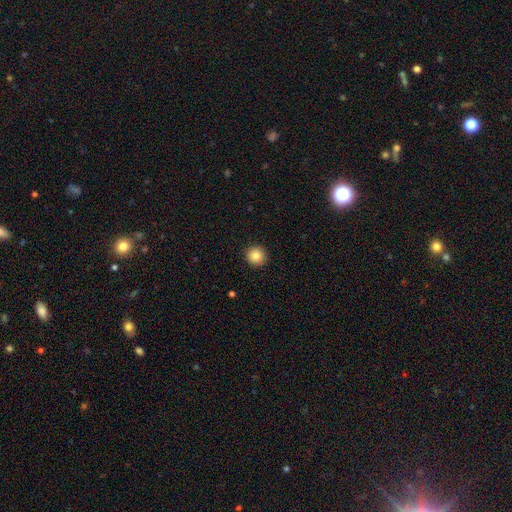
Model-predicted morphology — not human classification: A smooth galaxy with no disk features (86%) that is round (95%). Merging: none (92%).